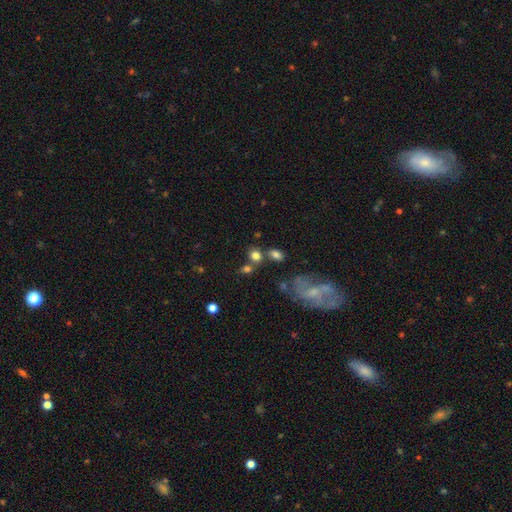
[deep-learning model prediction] A smooth galaxy with no disk features (75%) that is round (60%).

Vote fractions:
- Smooth or featured? smooth: 75% / star or artifact: 13% / featured or disk: 11%
- How rounded? round: 60% / in between: 38% / cigar-shaped: 2%
- Merging? none: 57% / merger: 24% / minor disturbance: 13% / major disturbance: 6%